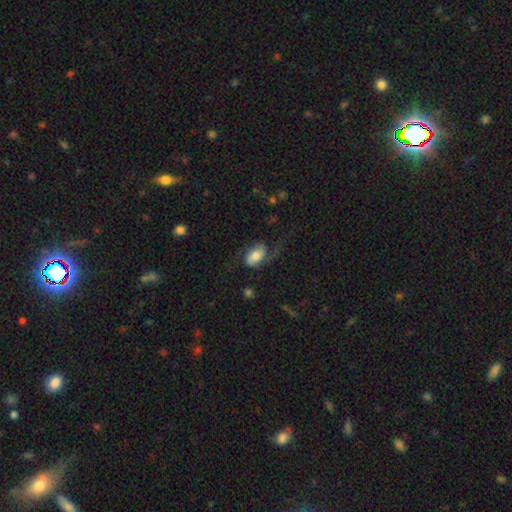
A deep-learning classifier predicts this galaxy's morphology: This is possibly a featured or disk galaxy (49%). Merging: possibly none (50%).